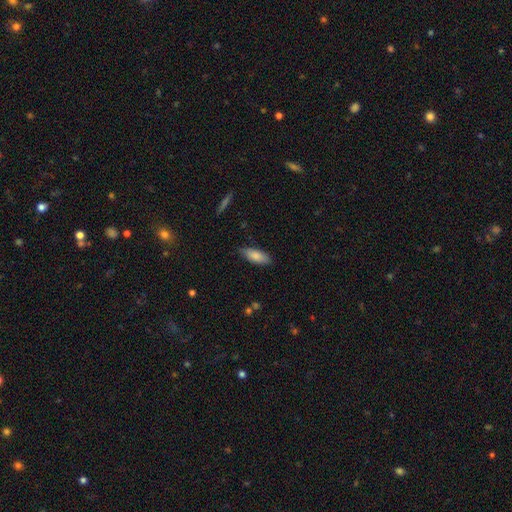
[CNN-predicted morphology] This is clearly a smooth galaxy (83%). How rounded: likely in between (73%). Merging: clearly none (81%).